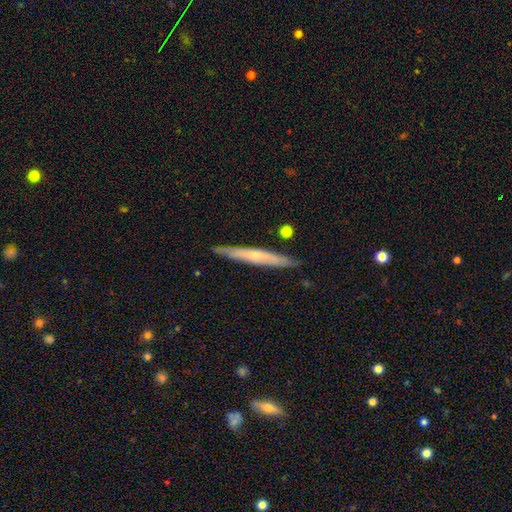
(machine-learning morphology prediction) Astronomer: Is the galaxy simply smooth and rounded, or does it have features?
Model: featured or disk — 57% (runner-up: smooth, 37%).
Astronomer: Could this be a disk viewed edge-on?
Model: yes — 91%.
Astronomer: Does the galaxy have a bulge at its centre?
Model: rounded — 52% (runner-up: none, 45%).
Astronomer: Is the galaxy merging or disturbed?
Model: none — 87%.